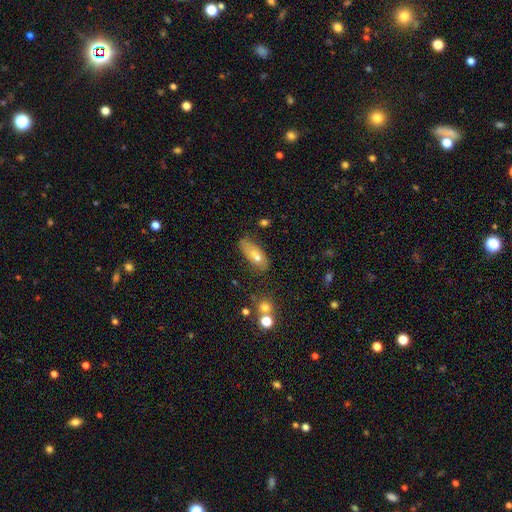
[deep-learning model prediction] This appears to be a smooth galaxy with no disk features (62%) that is in between round and cigar-shaped (76%). Merging: none (49%).